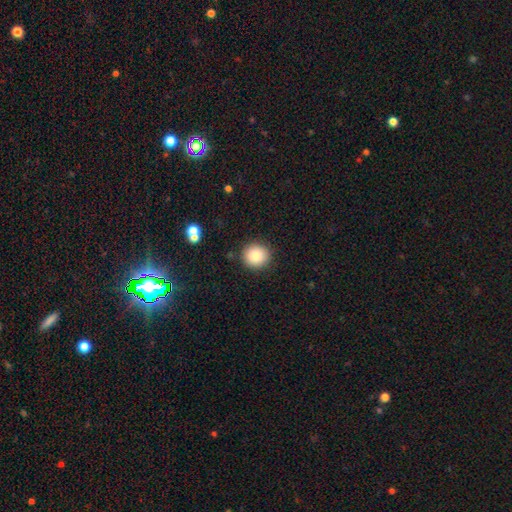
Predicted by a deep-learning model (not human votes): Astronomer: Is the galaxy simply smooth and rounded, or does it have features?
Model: smooth — 85%.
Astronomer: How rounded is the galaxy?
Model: round — 91%.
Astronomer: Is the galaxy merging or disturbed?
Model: none — 90%.